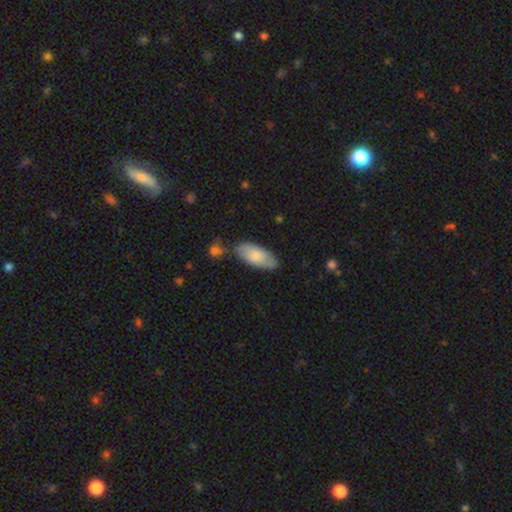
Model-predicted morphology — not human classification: Smooth or featured? smooth (72%)
How rounded? in between (88%)
Merging? none (72%)